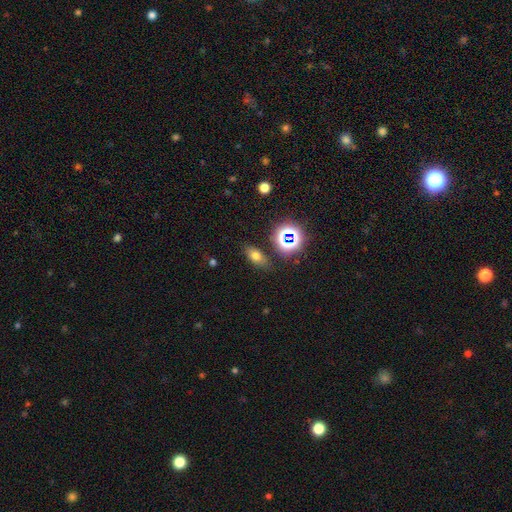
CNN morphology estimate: This appears to be a smooth galaxy with no disk features (65%) that is in between round and cigar-shaped (77%). Merging: none (81%).